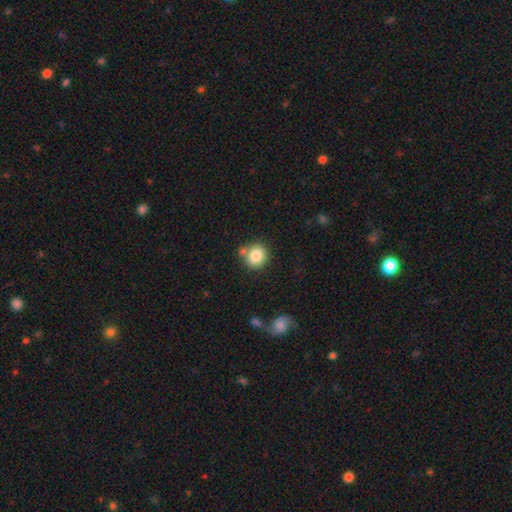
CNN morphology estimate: This appears to be a smooth galaxy with no disk features (84%) that is round (85%). Merging: none (70%).